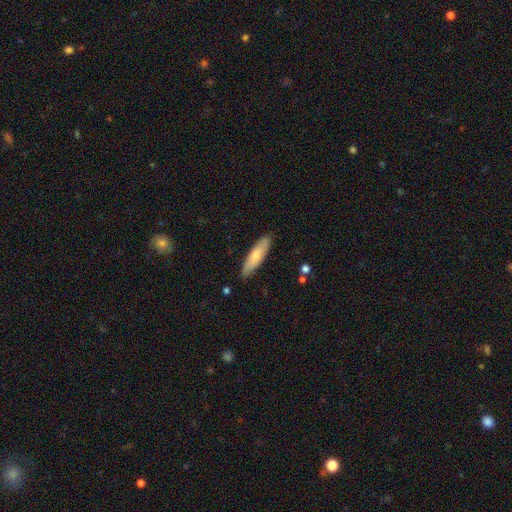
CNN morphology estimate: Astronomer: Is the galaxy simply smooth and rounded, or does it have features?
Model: smooth — 70%.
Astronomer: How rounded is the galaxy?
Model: cigar-shaped — 63%.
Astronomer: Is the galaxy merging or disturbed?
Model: none — 86%.